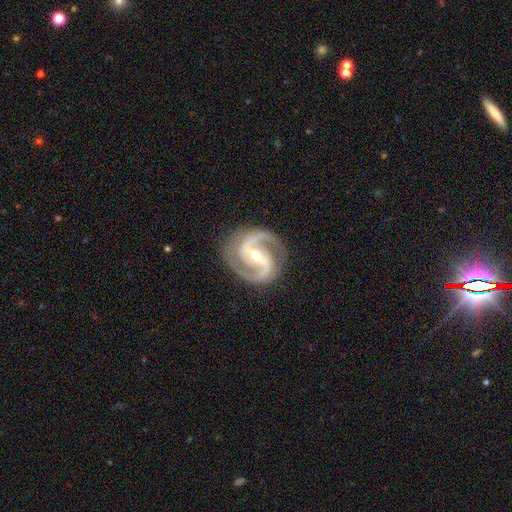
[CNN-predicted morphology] featured or disk 94%, star or artifact 4%, smooth 2%. Down the decision tree: edge-on disk — no (98%); bar — strong (53%); spiral arms — yes (99%); spiral arm count — 2 (94%); spiral winding — medium (62%); bulge size — moderate (53%); merging — none (86%).